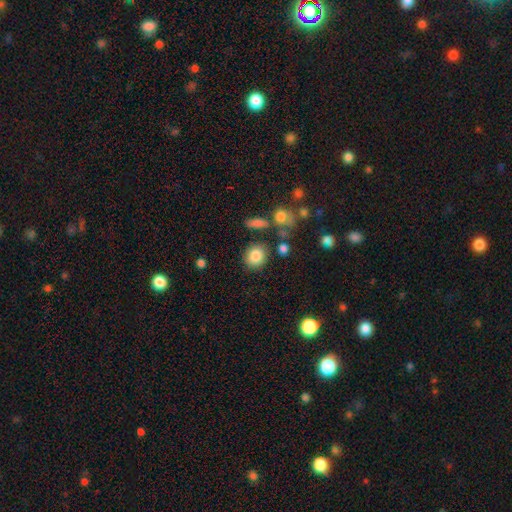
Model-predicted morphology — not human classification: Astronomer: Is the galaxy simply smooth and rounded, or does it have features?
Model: smooth — 84%.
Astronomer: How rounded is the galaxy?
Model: round — 72%.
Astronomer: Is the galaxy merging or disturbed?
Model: none — 80%.